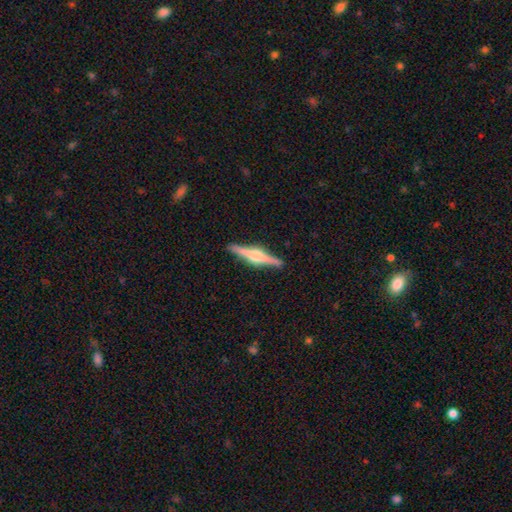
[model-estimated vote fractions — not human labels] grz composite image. It shows a featured or disk galaxy (78%) viewed edge-on (98%) with a rounded central bulge (86%). Merging: none (91%).